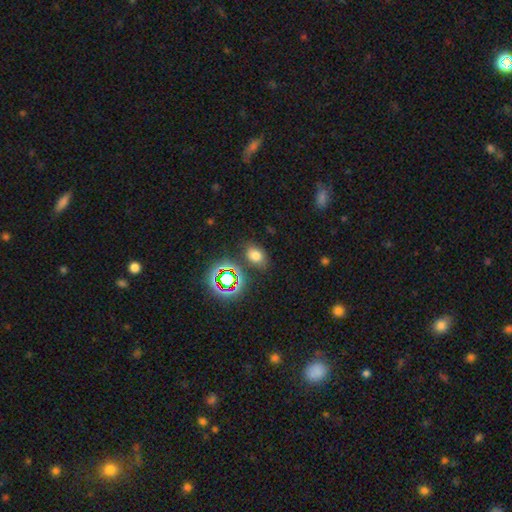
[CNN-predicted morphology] type=smooth (67%); roundness=in between (77%); merging=none (79%).